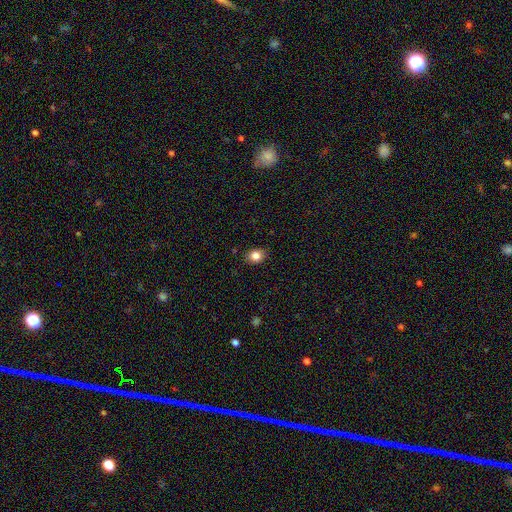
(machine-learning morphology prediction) Smooth or featured? smooth (84%)
How rounded? in between (61%)
Merging? none (87%)